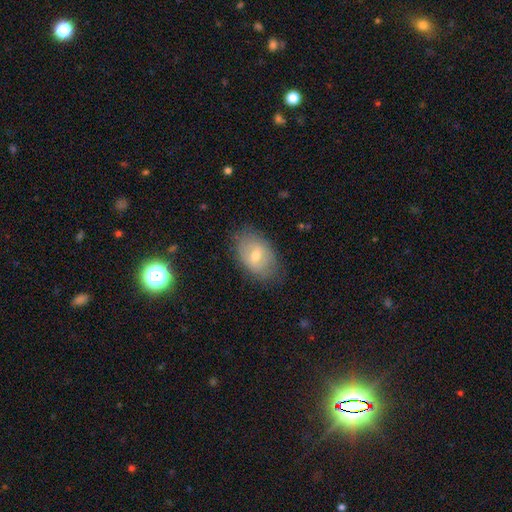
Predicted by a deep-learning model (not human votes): Morphology: type=smooth (48%); merging=none (75%).